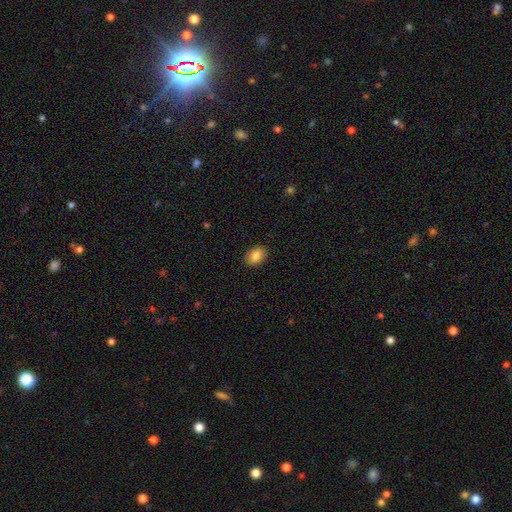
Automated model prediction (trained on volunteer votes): Q: Smooth or featured?
A: smooth (85%); runner-up: star or artifact (8%)
Q: How rounded?
A: in between (78%); runner-up: round (21%)
Q: Merging?
A: none (89%); runner-up: minor disturbance (8%)